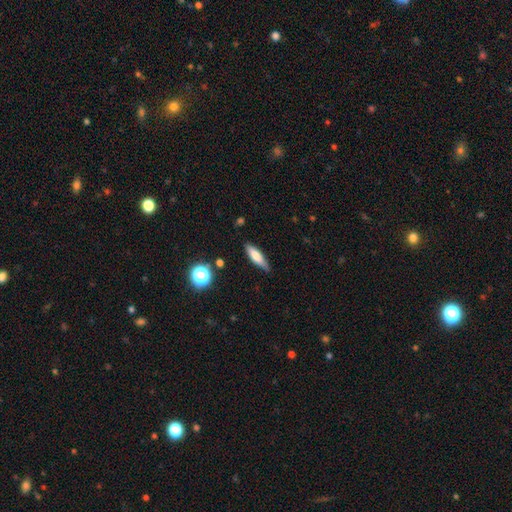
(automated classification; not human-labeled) Overall: smooth (67%). How rounded: cigar-shaped (61%; in between 36%). Merging: none (80%).